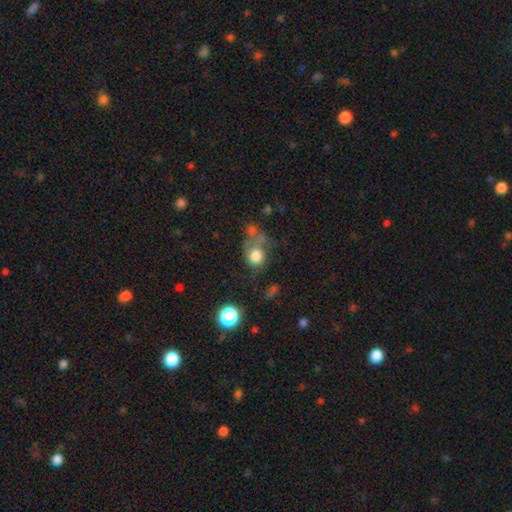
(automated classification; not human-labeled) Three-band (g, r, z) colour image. It shows a smooth galaxy with no disk features (74%) that is round (69%). Merging: none (34%).